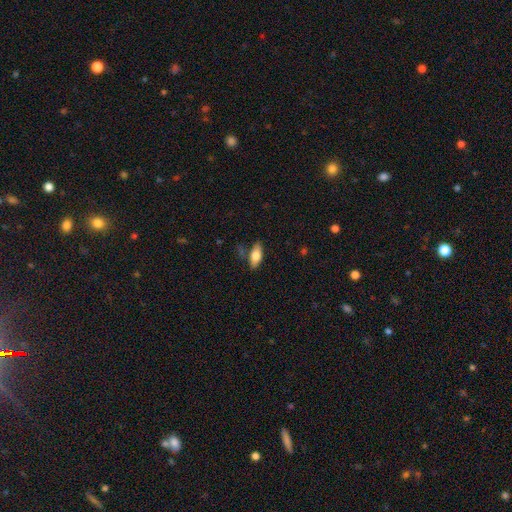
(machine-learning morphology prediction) The model was most divided on "smooth or featured": smooth: 72%, featured or disk: 21%, star or artifact: 7%. More confident: how rounded — in between (80%); merging — none (72%).